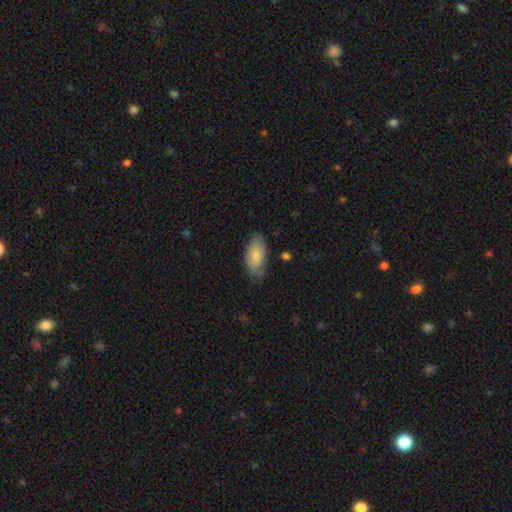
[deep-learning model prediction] smooth 80%, featured or disk 15%, star or artifact 6%. Down the decision tree: how rounded — in between (93%); merging — none (67%).